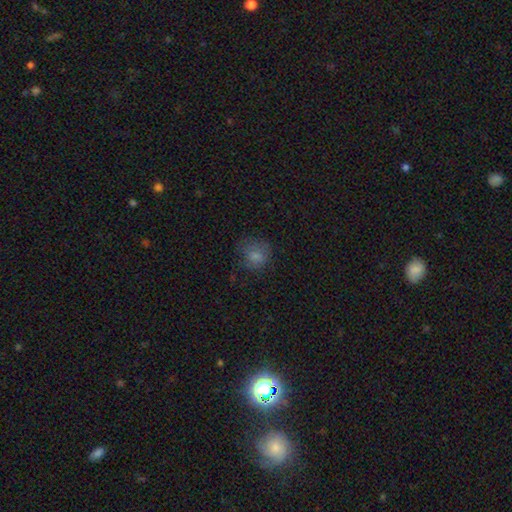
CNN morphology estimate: Smooth or featured? smooth (75%)
How rounded? round (74%)
Merging? none (64%)